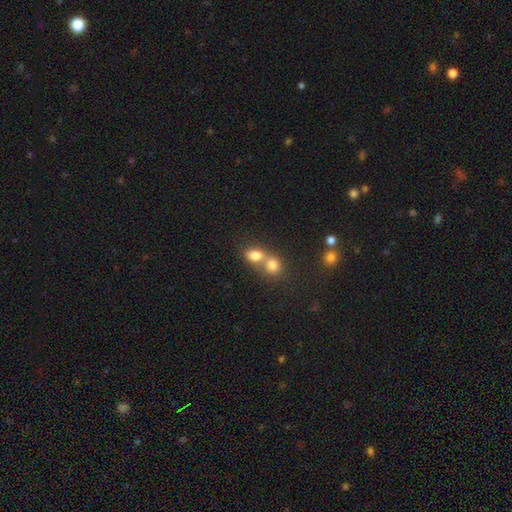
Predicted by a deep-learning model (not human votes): A smooth galaxy with no disk features (79%) that is in between round and cigar-shaped (58%).

Vote fractions:
- Smooth or featured? smooth: 79% / star or artifact: 11% / featured or disk: 10%
- How rounded? in between: 58% / round: 40% / cigar-shaped: 2%
- Merging? merger: 60% / none: 30% / minor disturbance: 7% / major disturbance: 3%